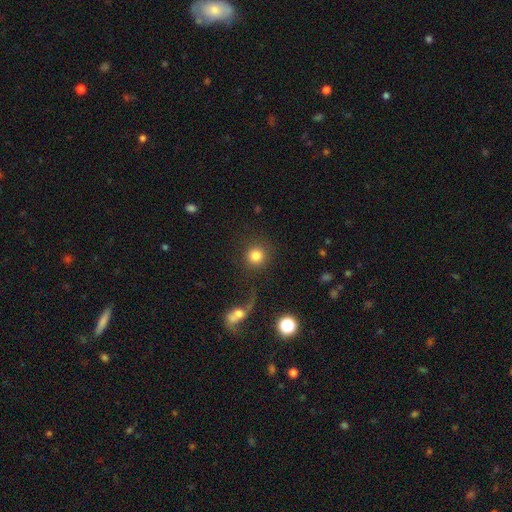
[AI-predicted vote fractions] Q: Smooth or featured?
A: smooth (82%); runner-up: star or artifact (11%)
Q: How rounded?
A: round (93%); runner-up: in between (6%)
Q: Merging?
A: none (76%); runner-up: merger (8%)